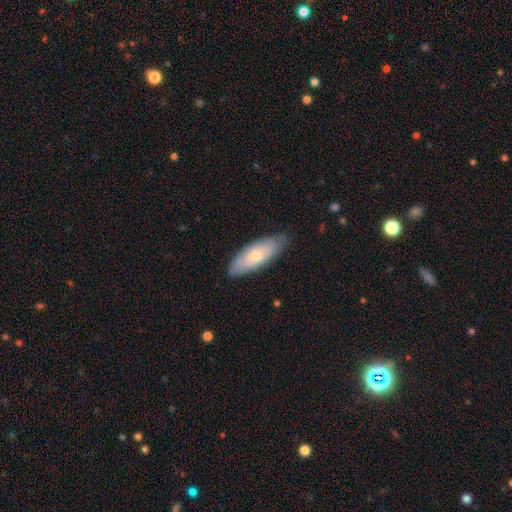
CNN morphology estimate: smooth_or_featured: smooth (p=0.63) [alt: featured or disk p=0.31]
how_rounded: in between (p=0.67) [alt: cigar-shaped p=0.31]
merging: none (p=0.81) [alt: minor disturbance p=0.16]